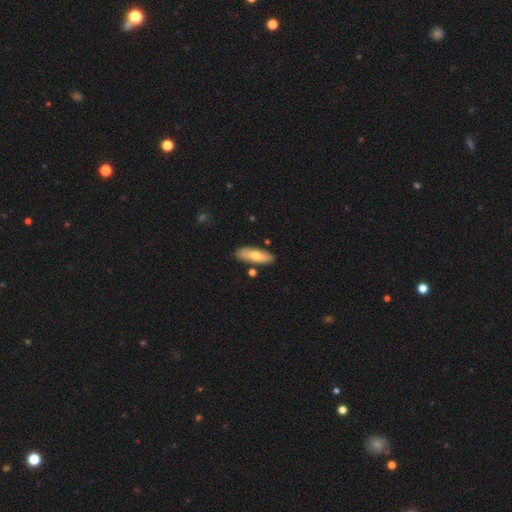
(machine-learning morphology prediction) type=smooth (69%); roundness=in between (58%); merging=none (84%).